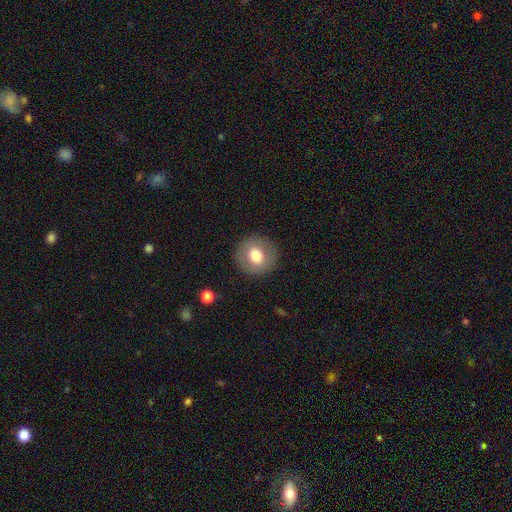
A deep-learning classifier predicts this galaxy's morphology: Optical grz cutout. It shows a smooth galaxy with no disk features (72%) that is round (92%). Merging: none (90%).